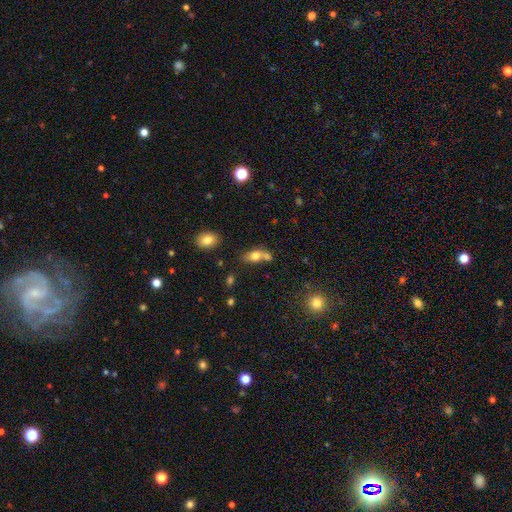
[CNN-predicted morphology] smooth 74%, featured or disk 15%, star or artifact 11%. Down the decision tree: how rounded — in between (74%); merging — merger (49%).